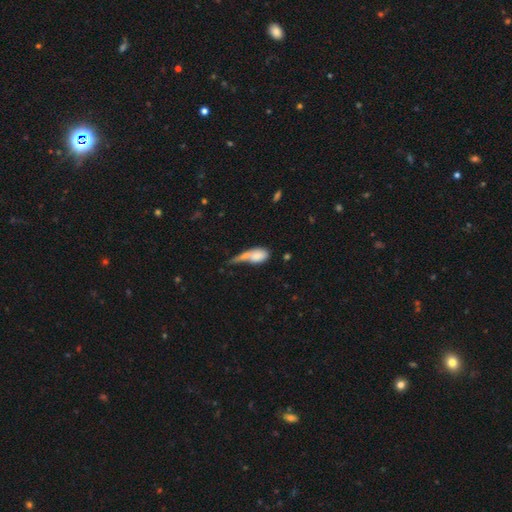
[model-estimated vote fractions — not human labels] Smooth or featured? smooth (72%)
How rounded? in between (79%)
Merging? merger (36%)